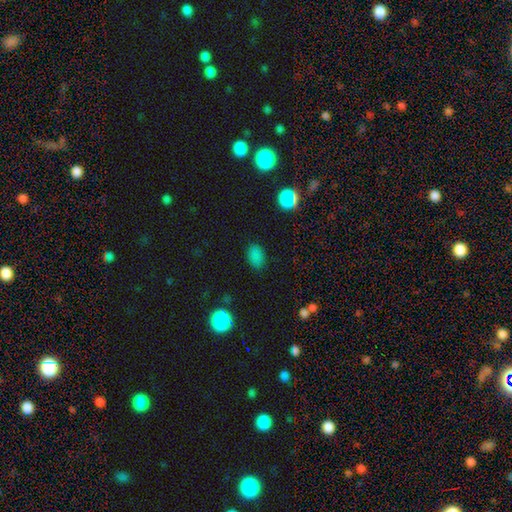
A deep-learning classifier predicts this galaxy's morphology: Q: Smooth or featured?
A: smooth (79%); runner-up: star or artifact (17%)
Q: How rounded?
A: in between (86%); runner-up: round (13%)
Q: Merging?
A: none (84%); runner-up: minor disturbance (11%)